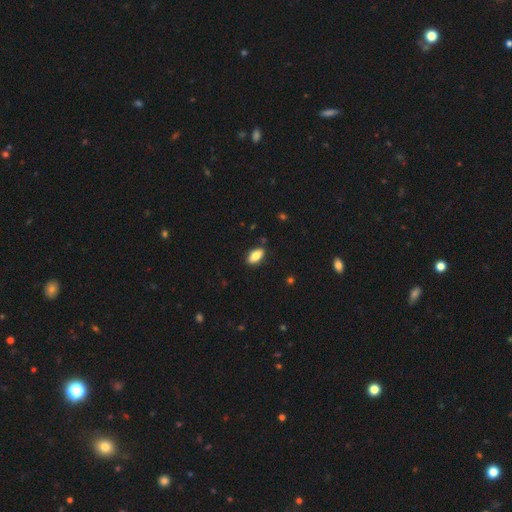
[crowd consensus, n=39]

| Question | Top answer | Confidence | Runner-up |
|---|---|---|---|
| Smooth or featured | smooth | 95% | featured or disk (3%) |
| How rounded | in between | 86% | cigar-shaped (8%) |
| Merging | none | 92% | minor disturbance (5%) |